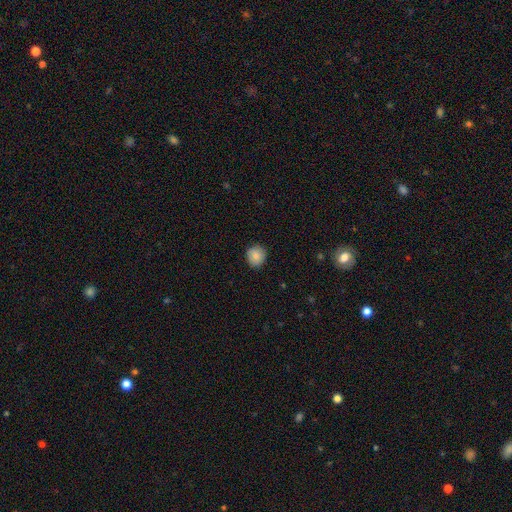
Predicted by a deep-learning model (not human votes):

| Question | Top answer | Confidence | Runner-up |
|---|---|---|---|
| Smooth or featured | smooth | 86% | star or artifact (8%) |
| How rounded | round | 87% | in between (12%) |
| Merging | none | 89% | minor disturbance (8%) |